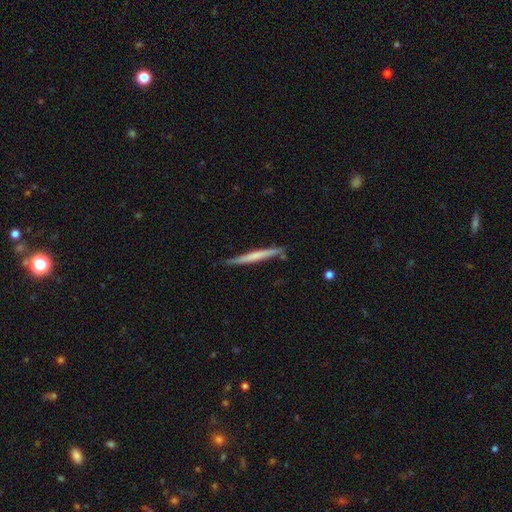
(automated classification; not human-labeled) Smooth or featured? smooth (51%)
How rounded? cigar-shaped (97%)
Merging? none (81%)